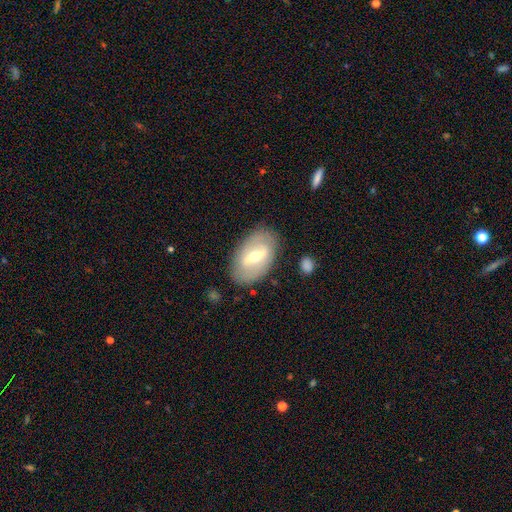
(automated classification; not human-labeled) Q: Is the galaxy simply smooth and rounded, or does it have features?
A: featured or disk — 64%.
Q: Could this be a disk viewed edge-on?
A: no — 89%.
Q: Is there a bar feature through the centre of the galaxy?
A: strong — 50%.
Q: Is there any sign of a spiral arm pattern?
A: no — 63%.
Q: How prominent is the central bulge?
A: moderate — 65%.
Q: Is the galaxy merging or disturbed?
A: none — 83%.